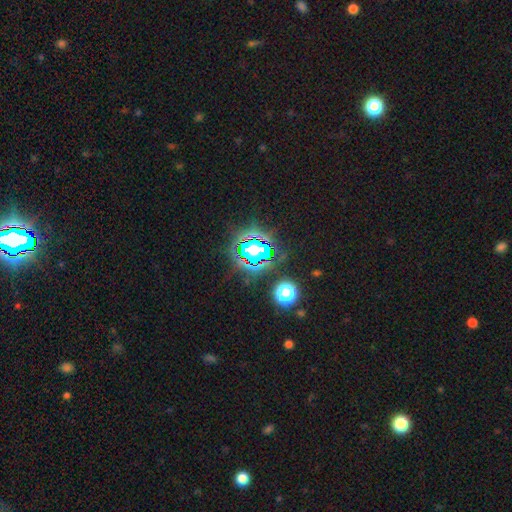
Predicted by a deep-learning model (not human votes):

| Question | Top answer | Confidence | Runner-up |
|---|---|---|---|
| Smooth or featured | star or artifact | 74% | smooth (17%) |